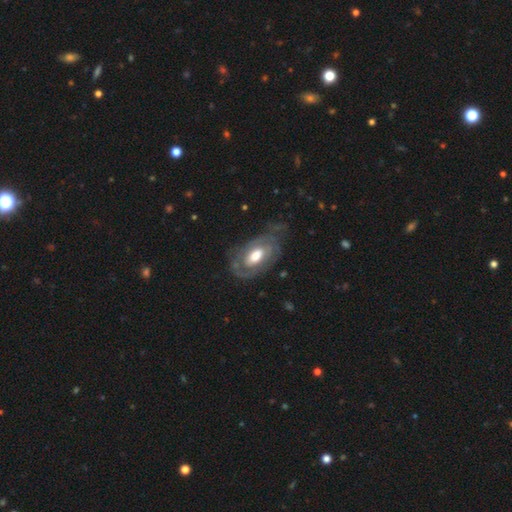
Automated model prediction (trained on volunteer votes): Smooth or featured? featured or disk (76%)
Edge-on disk? no (94%)
Bar? no (64%)
Spiral arms? yes (75%)
Spiral winding? tight (60%)
Spiral arm count? 2 (40%)
Bulge size? large (47%)
Merging? none (62%)